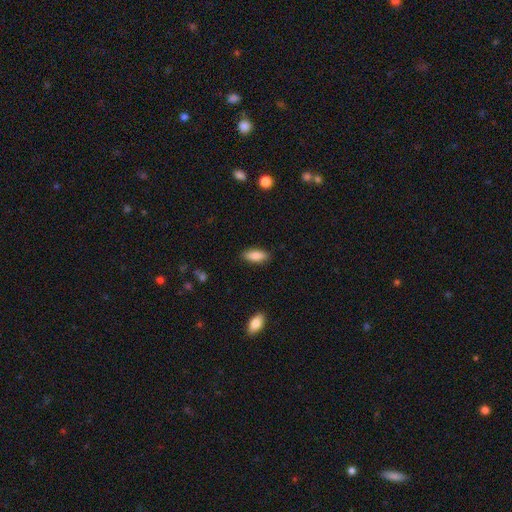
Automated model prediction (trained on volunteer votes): Smooth or featured? Predicted: smooth (p=0.83). How rounded? Predicted: in between (p=0.82). Merging? Predicted: none (p=0.87).